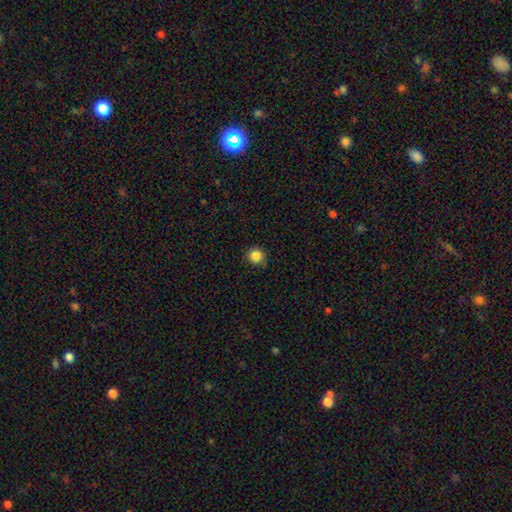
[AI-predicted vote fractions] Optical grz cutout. It shows a smooth galaxy with no disk features (85%) that is round (93%). Merging: none (85%).